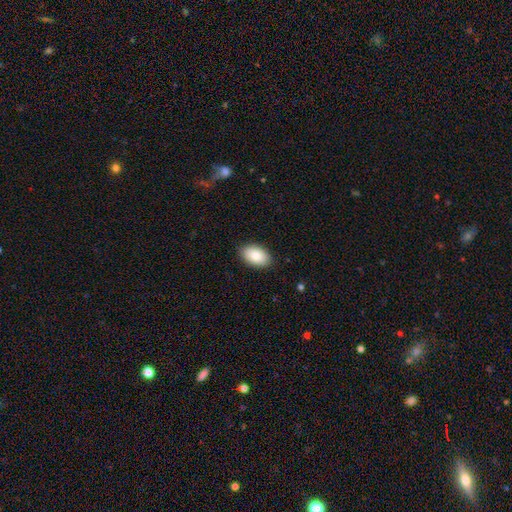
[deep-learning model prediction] This is clearly a smooth galaxy (85%). How rounded: clearly in between (93%). Merging: clearly none (88%).